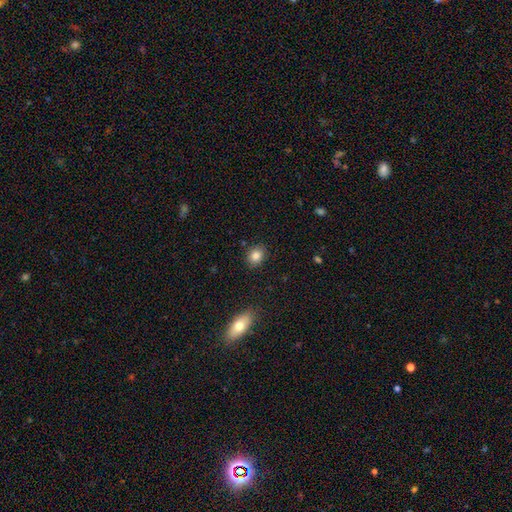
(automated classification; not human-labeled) Smooth or featured: smooth — 85% (star or artifact — 9%)
How rounded: round — 51% (in between — 48%)
Merging: none — 86% (minor disturbance — 10%)